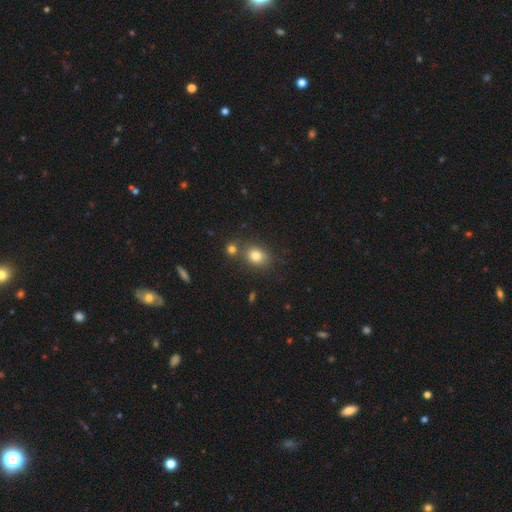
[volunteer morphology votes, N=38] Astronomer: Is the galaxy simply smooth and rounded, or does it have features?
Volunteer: smooth — 82%.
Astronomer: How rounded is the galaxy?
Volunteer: in between — 55% (runner-up: round, 42%).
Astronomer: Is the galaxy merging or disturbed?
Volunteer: none — 59%.